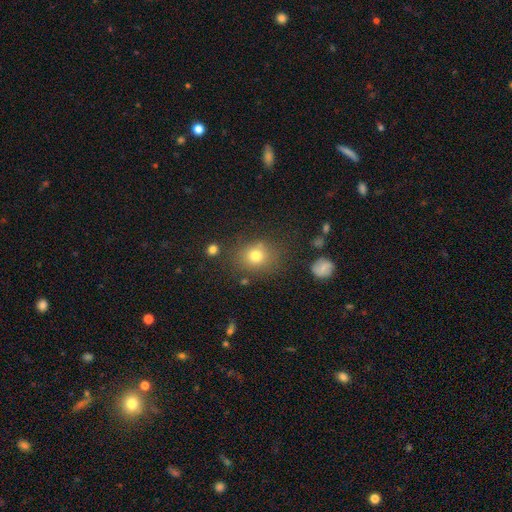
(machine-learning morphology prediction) This is likely a smooth galaxy (77%). How rounded: likely round (74%). Merging: likely none (77%).